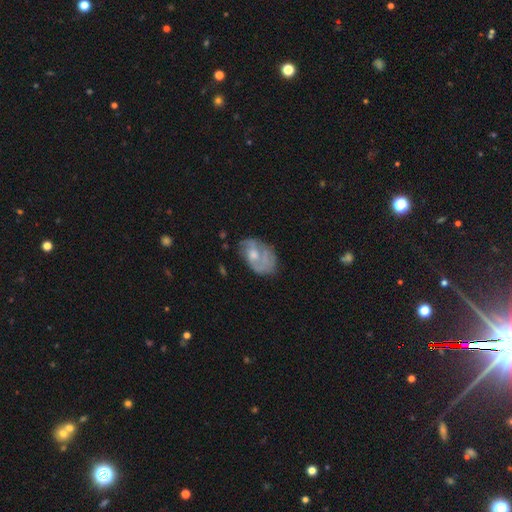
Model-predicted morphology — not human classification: Q: Smooth or featured?
A: featured or disk (57%); runner-up: smooth (35%)
Q: Edge-on disk?
A: no (96%); runner-up: yes (4%)
Q: Bar?
A: no (76%); runner-up: weak (21%)
Q: Spiral arms?
A: yes (59%); runner-up: no (41%)
Q: Bulge size?
A: moderate (57%); runner-up: small (27%)
Q: Merging?
A: none (48%); runner-up: minor disturbance (27%)